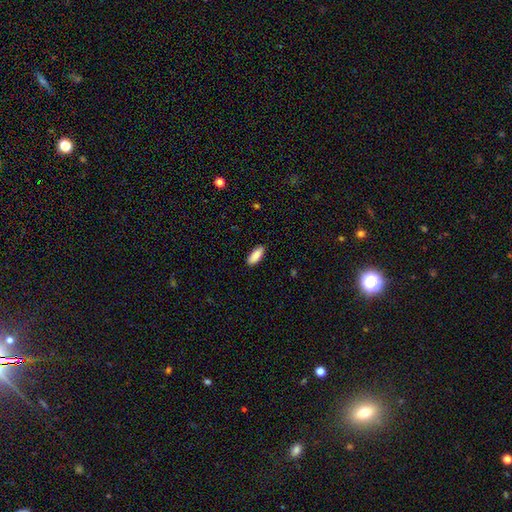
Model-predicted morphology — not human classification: Smooth or featured?
  - smooth: 89% *
  - star or artifact: 6%
  - featured or disk: 5%
How rounded?
  - in between: 75% *
  - cigar-shaped: 23%
  - round: 2%
Merging?
  - none: 88% *
  - minor disturbance: 9%
  - major disturbance: 2%
  - merger: 1%